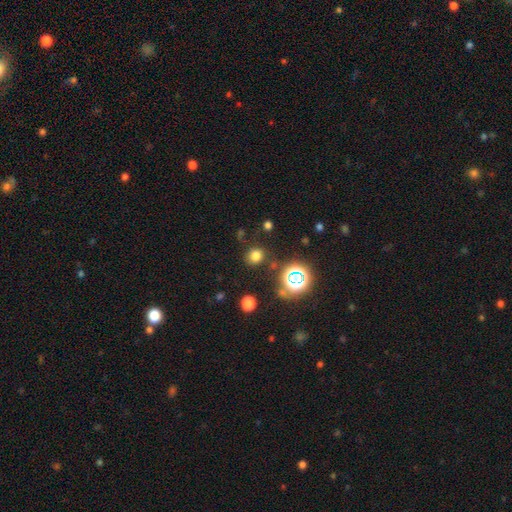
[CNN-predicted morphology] A smooth galaxy with no disk features (72%) that is round (77%).

Vote fractions:
- Smooth or featured? smooth: 72% / star or artifact: 22% / featured or disk: 6%
- How rounded? round: 77% / in between: 22% / cigar-shaped: 1%
- Merging? none: 82% / minor disturbance: 10% / major disturbance: 4% / merger: 4%